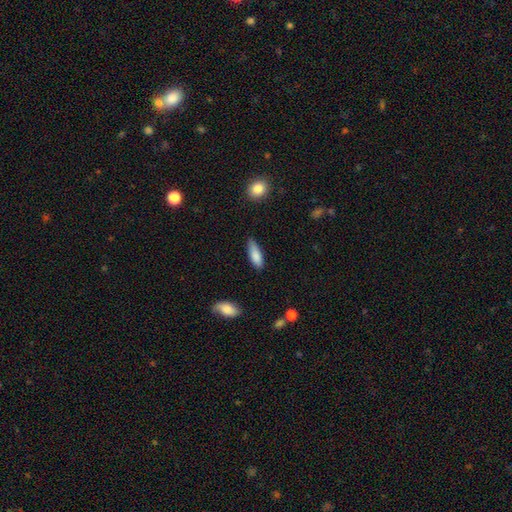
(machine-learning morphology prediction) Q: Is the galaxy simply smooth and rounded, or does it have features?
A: smooth — 85%.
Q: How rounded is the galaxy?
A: in between — 55%.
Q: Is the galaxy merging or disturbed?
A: none — 71%.